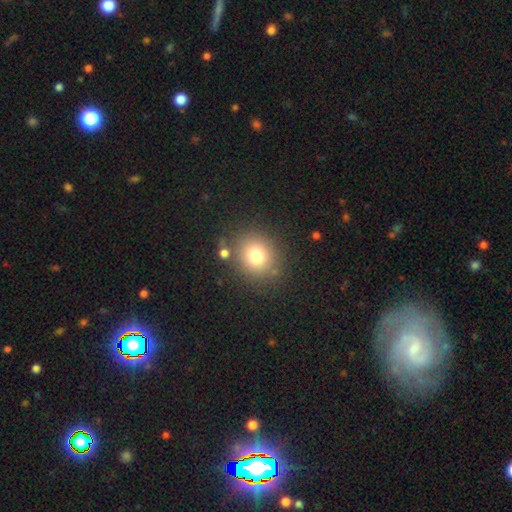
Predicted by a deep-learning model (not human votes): Smooth or featured?
  - smooth: 75% *
  - star or artifact: 14%
  - featured or disk: 10%
How rounded?
  - round: 81% *
  - in between: 18%
  - cigar-shaped: 1%
Merging?
  - none: 81% *
  - minor disturbance: 9%
  - merger: 6%
  - major disturbance: 4%